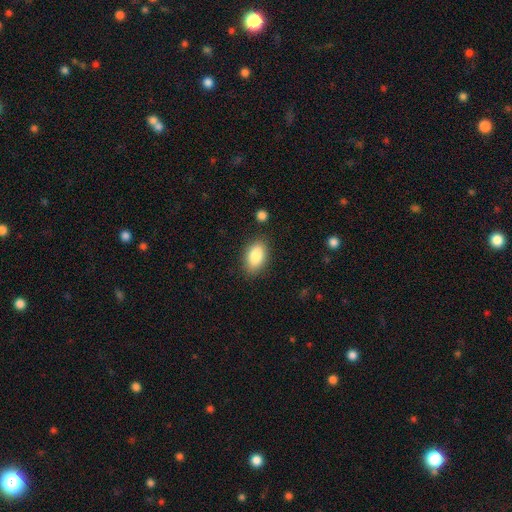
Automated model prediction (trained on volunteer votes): Smooth or featured? smooth (87%)
How rounded? in between (92%)
Merging? none (85%)